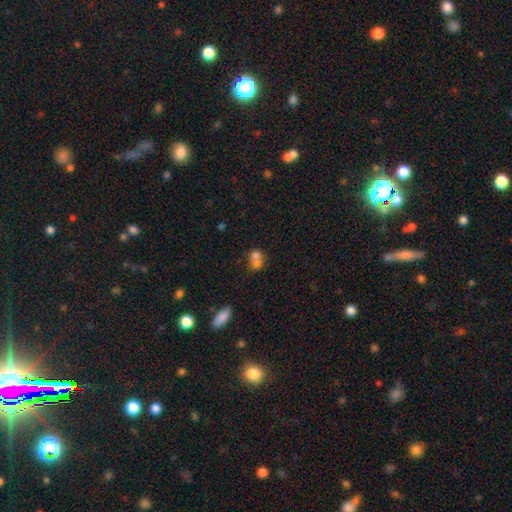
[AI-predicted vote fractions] The model was most divided on "how rounded": round: 61%, in between: 38%, cigar-shaped: 1%. More confident: smooth or featured — smooth (70%); merging — merger (65%).